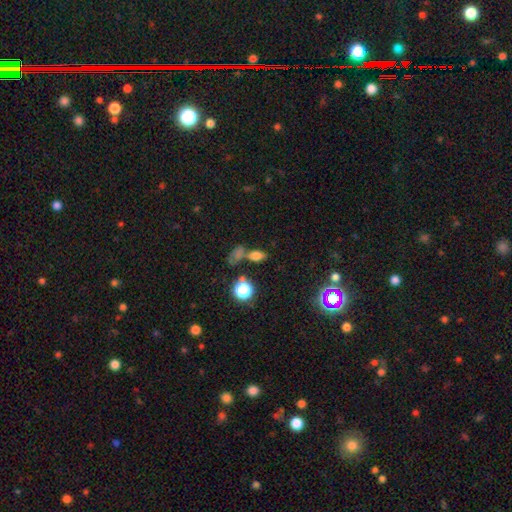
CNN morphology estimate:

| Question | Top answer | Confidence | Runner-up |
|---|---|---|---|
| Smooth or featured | smooth | 69% | star or artifact (20%) |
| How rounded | in between | 75% | round (18%) |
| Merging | none | 51% | merger (30%) |